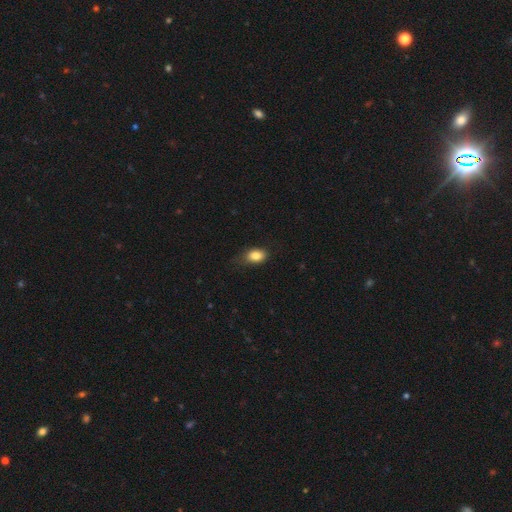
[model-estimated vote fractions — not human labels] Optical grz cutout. It shows a smooth galaxy with no disk features (85%) that is in between round and cigar-shaped (82%). Merging: none (66%).